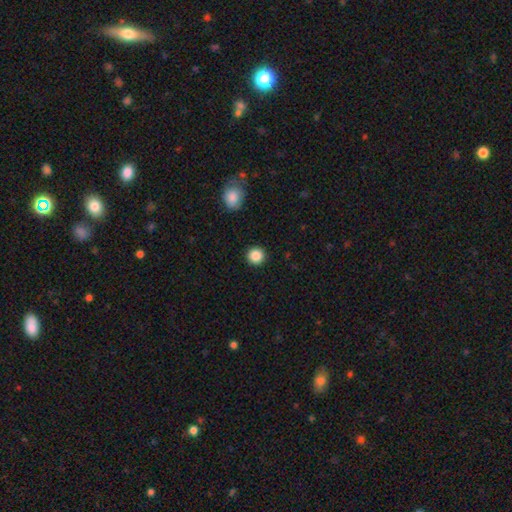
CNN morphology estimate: This appears to be a smooth galaxy with no disk features (87%) that is round (95%). Merging: none (93%).